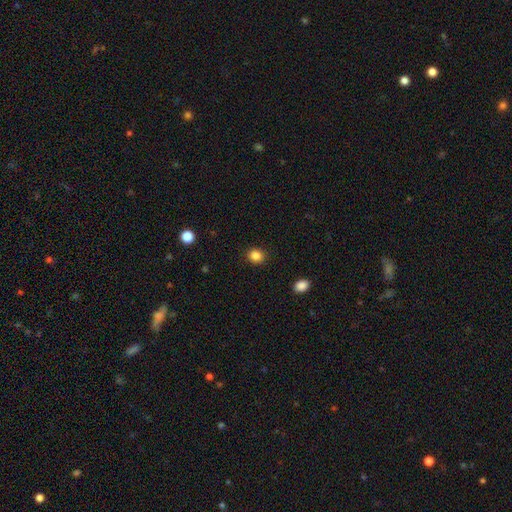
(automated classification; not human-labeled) Overall: smooth (86%). How rounded: round (71%). Merging: none (90%).